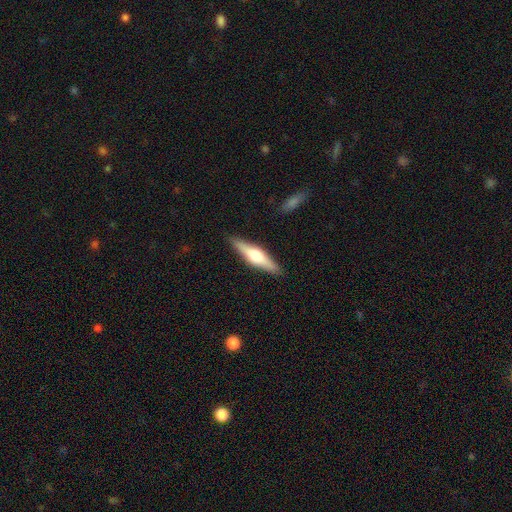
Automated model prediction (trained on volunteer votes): A featured or disk galaxy (54%) viewed edge-on (95%) with a rounded central bulge (90%).

Vote fractions:
- Smooth or featured? featured or disk: 54% / smooth: 40% / star or artifact: 5%
- Edge-on disk? yes: 95% / no: 5%
- Edge-on bulge? rounded: 90% / boxy: 6% / none: 3%
- Merging? none: 89% / minor disturbance: 8% / major disturbance: 2% / merger: 1%